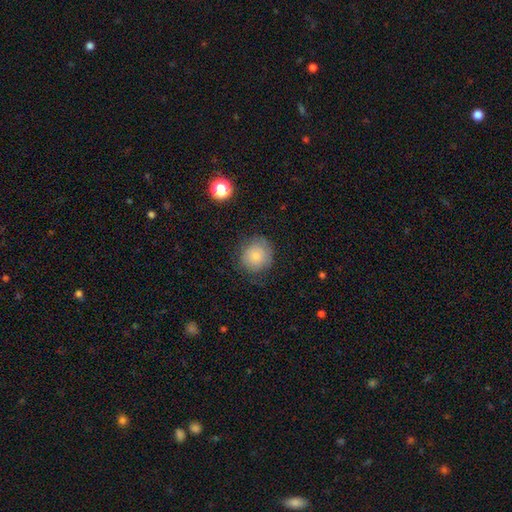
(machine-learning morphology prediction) Smooth or featured?
  - smooth: 76% *
  - featured or disk: 15%
  - star or artifact: 9%
How rounded?
  - round: 89% *
  - in between: 10%
  - cigar-shaped: 1%
Merging?
  - none: 73% *
  - minor disturbance: 19%
  - major disturbance: 7%
  - merger: 1%